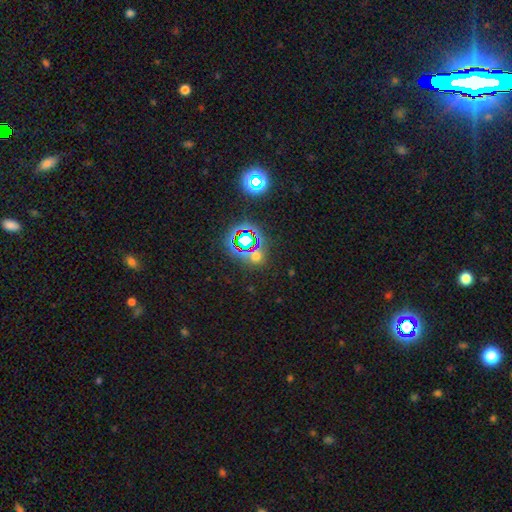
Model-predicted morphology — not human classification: This is possibly a star or artifact rather than a galaxy (55%).